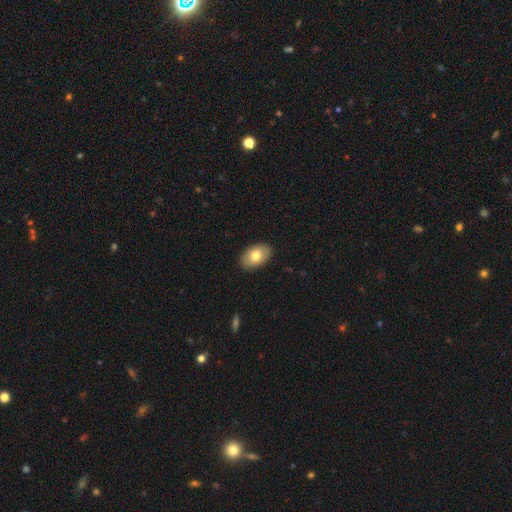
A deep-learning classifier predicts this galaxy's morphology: Q: Smooth or featured?
A: smooth (74%); runner-up: featured or disk (20%)
Q: How rounded?
A: in between (90%); runner-up: round (9%)
Q: Merging?
A: none (88%); runner-up: minor disturbance (9%)